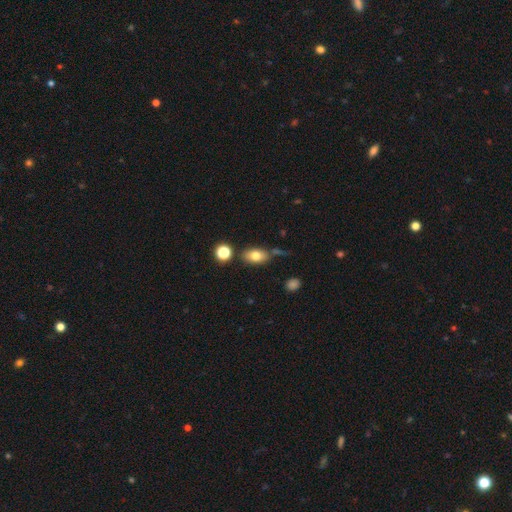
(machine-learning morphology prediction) A smooth galaxy with no disk features (78%) that is in between round and cigar-shaped (85%).

Vote fractions:
- Smooth or featured? smooth: 78% / featured or disk: 13% / star or artifact: 9%
- How rounded? in between: 85% / round: 11% / cigar-shaped: 3%
- Merging? none: 71% / minor disturbance: 15% / merger: 9% / major disturbance: 4%